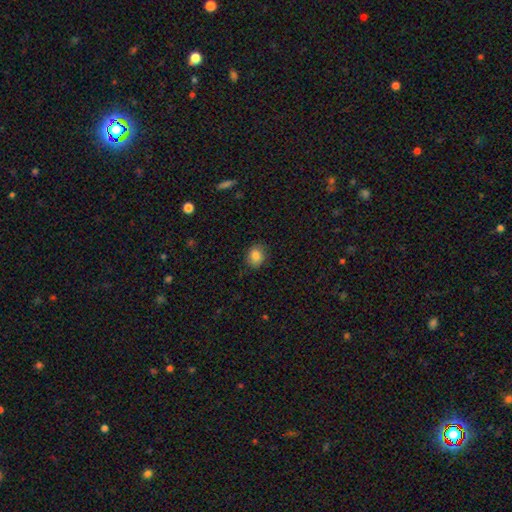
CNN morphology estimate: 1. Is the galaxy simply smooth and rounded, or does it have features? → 83% smooth, 10% star or artifact, 7% featured or disk.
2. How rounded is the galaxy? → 57% round, 42% in between, 1% cigar-shaped.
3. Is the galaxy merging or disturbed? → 85% none, 11% minor disturbance, 3% major disturbance, 1% merger.